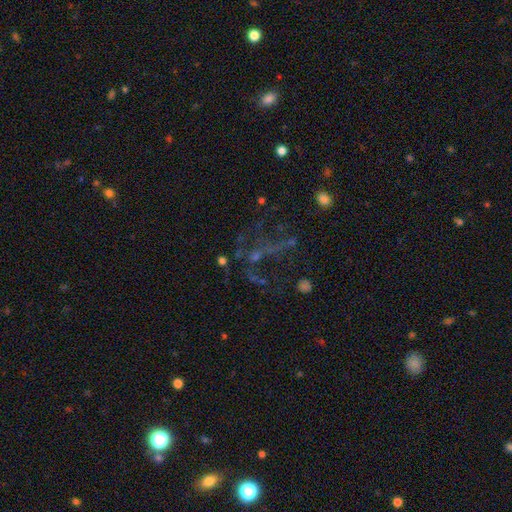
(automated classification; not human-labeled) This appears to be a star or artifact, not a galaxy (45%).